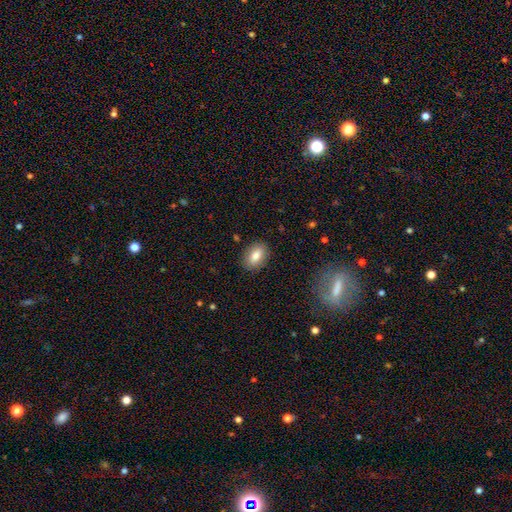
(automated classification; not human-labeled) smooth_or_featured: smooth (p=0.82) [alt: featured or disk p=0.11]
how_rounded: in between (p=0.86) [alt: round p=0.12]
merging: none (p=0.87) [alt: minor disturbance p=0.10]